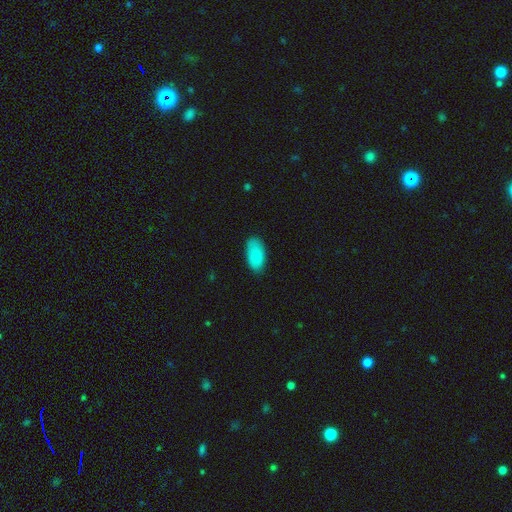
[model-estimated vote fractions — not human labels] This is clearly a smooth galaxy (83%). How rounded: clearly in between (94%). Merging: clearly none (82%).